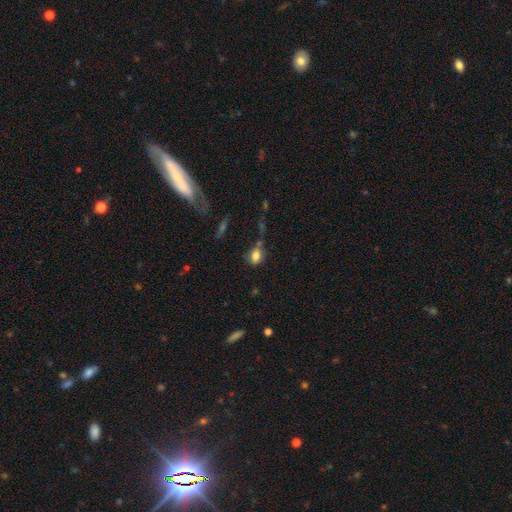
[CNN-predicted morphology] Smooth or featured? Predicted: smooth (p=0.78). How rounded? Predicted: in between (p=0.63). Merging? Predicted: none (p=0.50).